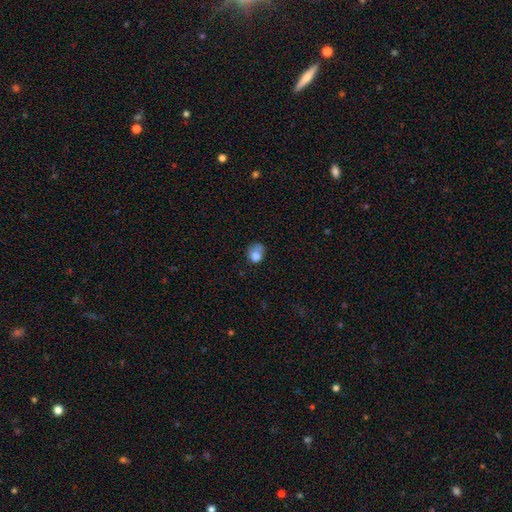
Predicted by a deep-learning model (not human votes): smooth-or-featured: smooth: 76% | featured or disk: 13% | star or artifact: 11%
  how-rounded: round: 60% | in between: 39% | cigar-shaped: 1%
  merging: none: 37% | minor disturbance: 32% | major disturbance: 19% | merger: 12%